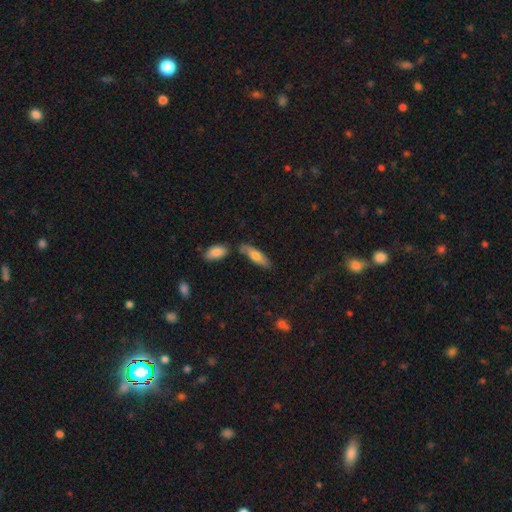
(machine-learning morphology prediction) A smooth galaxy with no disk features (73%) that is in between round and cigar-shaped (50%).

Vote fractions:
- Smooth or featured? smooth: 73% / featured or disk: 21% / star or artifact: 6%
- How rounded? in between: 50% / cigar-shaped: 48% / round: 2%
- Merging? none: 68% / minor disturbance: 16% / merger: 13% / major disturbance: 4%